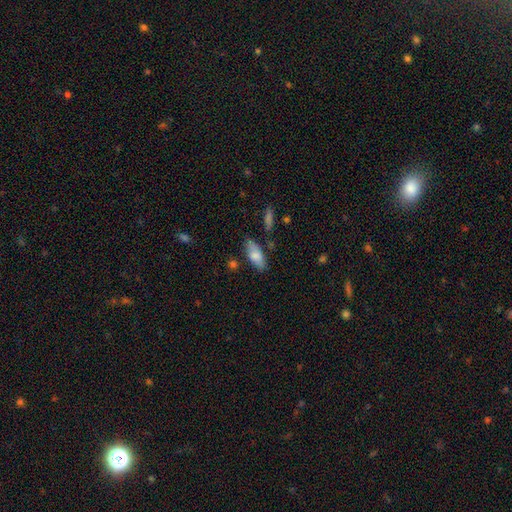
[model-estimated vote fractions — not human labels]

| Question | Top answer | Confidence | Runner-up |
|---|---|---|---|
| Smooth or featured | smooth | 76% | featured or disk (17%) |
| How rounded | in between | 78% | cigar-shaped (20%) |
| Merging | none | 73% | minor disturbance (18%) |